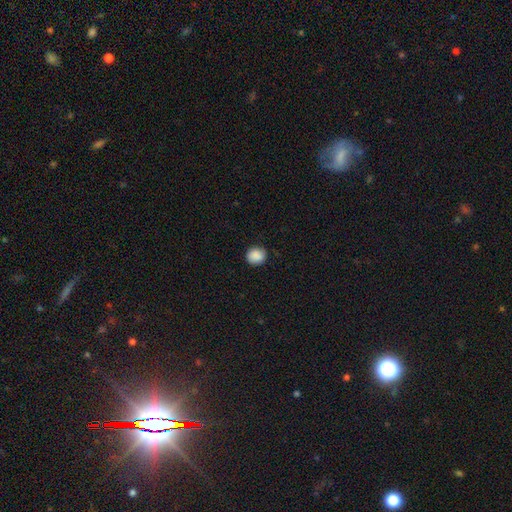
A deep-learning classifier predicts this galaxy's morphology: A smooth galaxy with no disk features (89%) that is round (77%).

Vote fractions:
- Smooth or featured? smooth: 89% / star or artifact: 8% / featured or disk: 3%
- How rounded? round: 77% / in between: 22% / cigar-shaped: 1%
- Merging? none: 87% / minor disturbance: 10% / major disturbance: 2% / merger: 1%